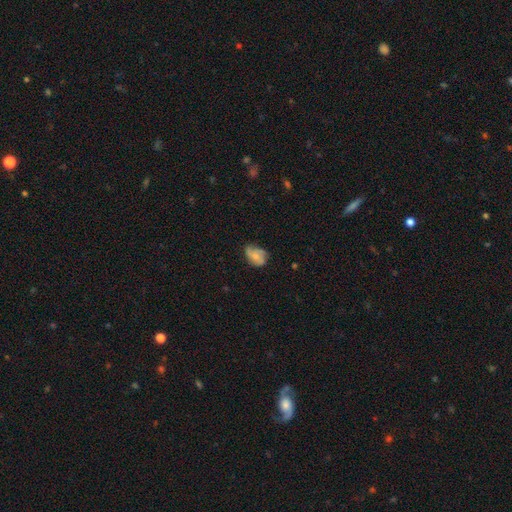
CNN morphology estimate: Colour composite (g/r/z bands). It shows a smooth galaxy with no disk features (53%) that is in between round and cigar-shaped (76%). Merging: none (47%).